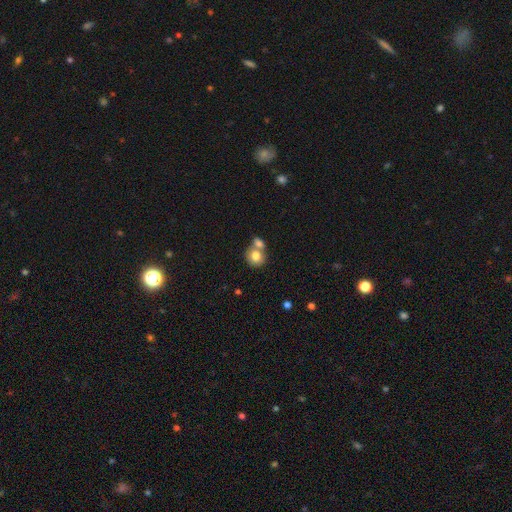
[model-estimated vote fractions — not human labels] The model was most divided on "merging": merger: 51%, none: 38%, minor disturbance: 8%, major disturbance: 3%. More confident: smooth or featured — smooth (79%); how rounded — round (74%).